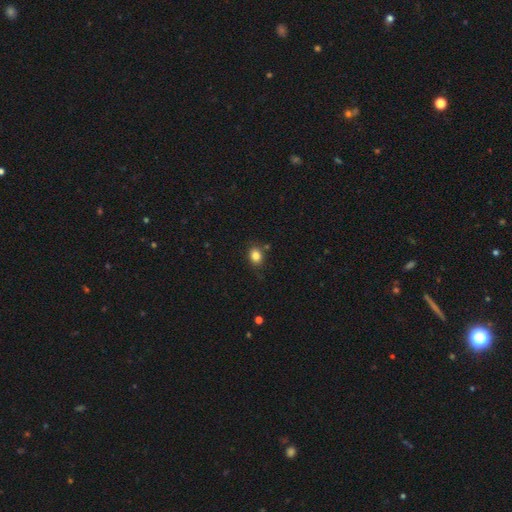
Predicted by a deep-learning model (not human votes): This appears to be a smooth galaxy with no disk features (84%) that is in between round and cigar-shaped (55%). Merging: none (80%).